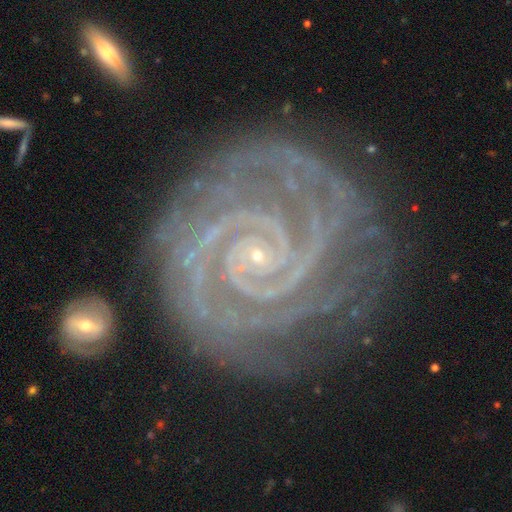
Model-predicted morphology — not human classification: Smooth or featured: featured or disk — 93% (star or artifact — 5%)
Edge-on disk: no — 98% (yes — 2%)
Bar: no — 61% (weak — 24%)
Spiral arms: yes — 99% (no — 1%)
Spiral winding: tight — 86% (medium — 12%)
Spiral arm count: 2 — 62% (3 — 14%)
Bulge size: small — 89% (moderate — 6%)
Merging: none — 77% (minor disturbance — 15%)